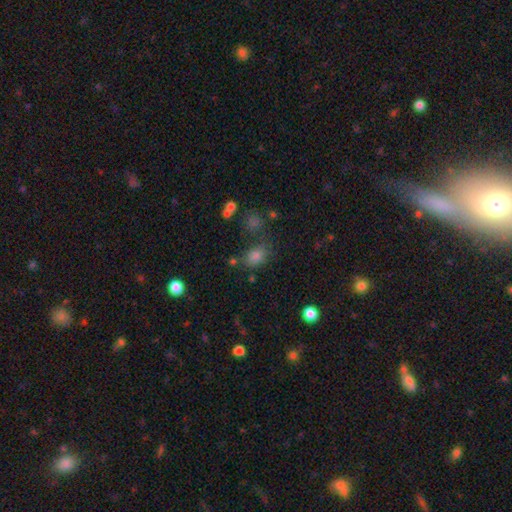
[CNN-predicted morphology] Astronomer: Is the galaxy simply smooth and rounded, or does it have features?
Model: smooth — 74%.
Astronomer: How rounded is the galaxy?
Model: in between — 64%.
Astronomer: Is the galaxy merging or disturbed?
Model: none — 67%.